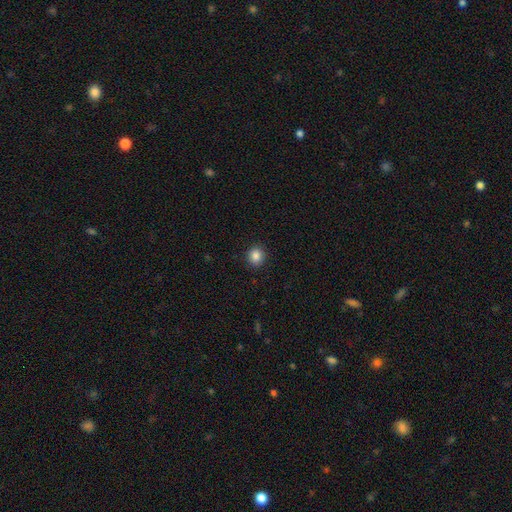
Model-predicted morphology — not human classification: A smooth galaxy with no disk features (86%) that is round (84%).

Vote fractions:
- Smooth or featured? smooth: 86% / star or artifact: 10% / featured or disk: 4%
- How rounded? round: 84% / in between: 15% / cigar-shaped: 1%
- Merging? none: 92% / minor disturbance: 6% / major disturbance: 2% / merger: 1%